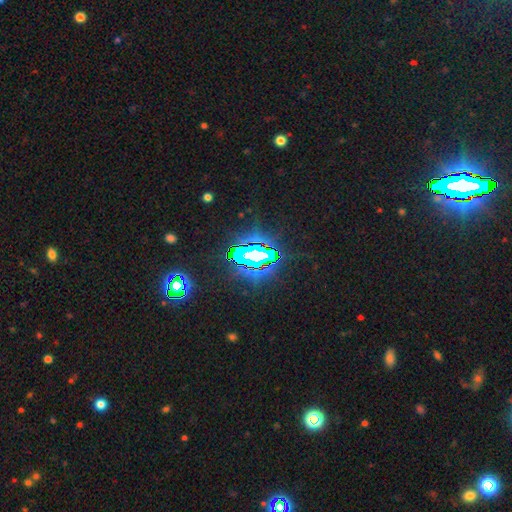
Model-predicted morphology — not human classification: smooth_or_featured: star or artifact (p=0.75) [alt: featured or disk p=0.13]